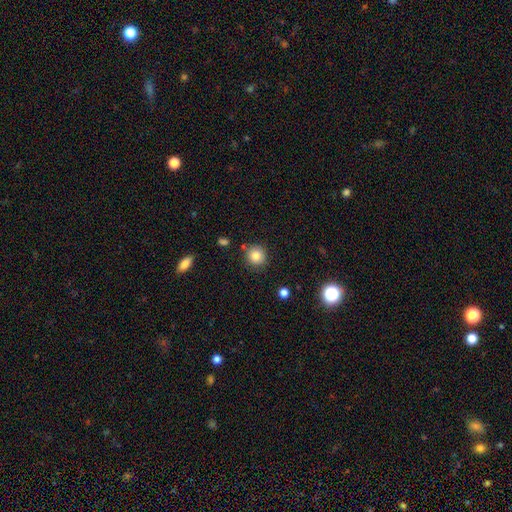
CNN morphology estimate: smooth_or_featured: smooth (p=0.83) [alt: star or artifact p=0.10]
how_rounded: round (p=0.90) [alt: in between p=0.09]
merging: none (p=0.83) [alt: minor disturbance p=0.10]